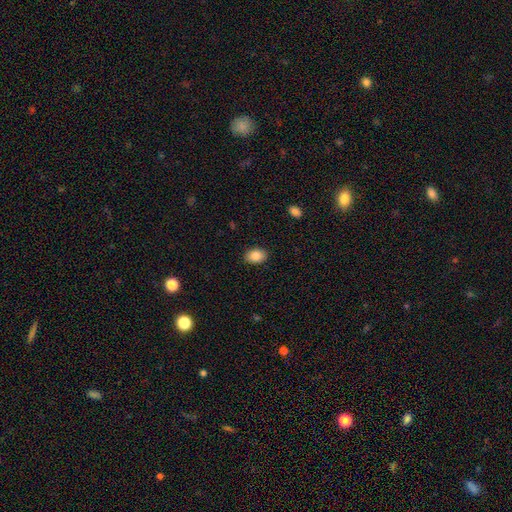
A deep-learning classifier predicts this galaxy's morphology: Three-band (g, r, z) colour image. It shows a smooth galaxy with no disk features (85%) that is in between round and cigar-shaped (79%). Merging: none (89%).